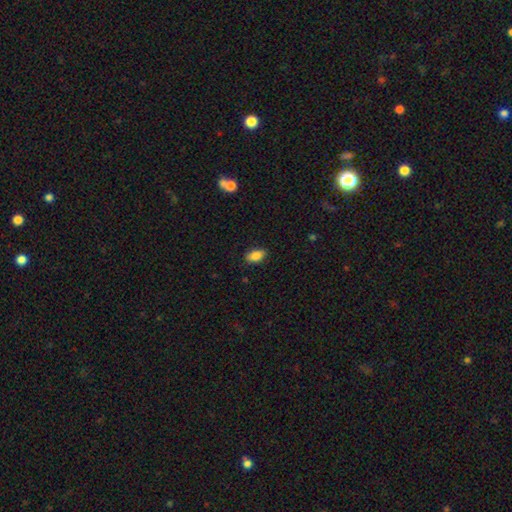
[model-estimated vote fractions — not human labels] Q: Smooth or featured?
A: smooth (86%); runner-up: star or artifact (8%)
Q: How rounded?
A: in between (90%); runner-up: round (6%)
Q: Merging?
A: none (87%); runner-up: minor disturbance (10%)